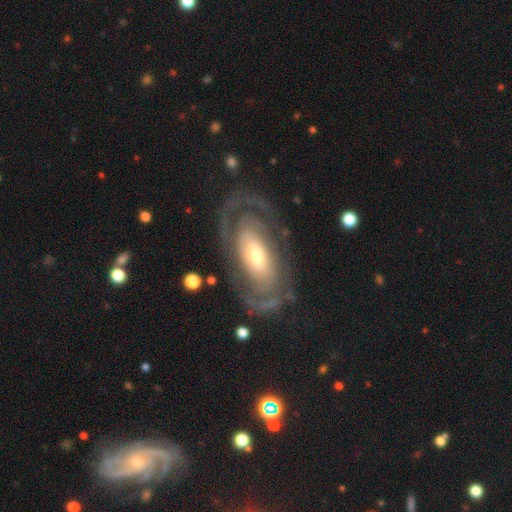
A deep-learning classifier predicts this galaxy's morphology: The model was most divided on "spiral arm count": 2: 50%, can't tell: 28%, 3: 8%, 1: 6%, 4: 4%, more than 4: 4%. More confident: edge-on disk — no (93%); spiral arms — yes (88%); smooth or featured — featured or disk (83%); merging — none (73%); spiral winding — tight (62%); bar — no (58%); bulge size — moderate (52%).